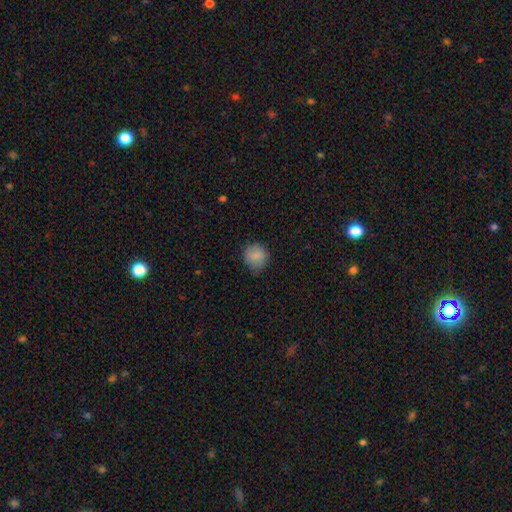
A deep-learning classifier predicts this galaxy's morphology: This appears to be a smooth galaxy with no disk features (87%) that is round (89%). Merging: none (81%).